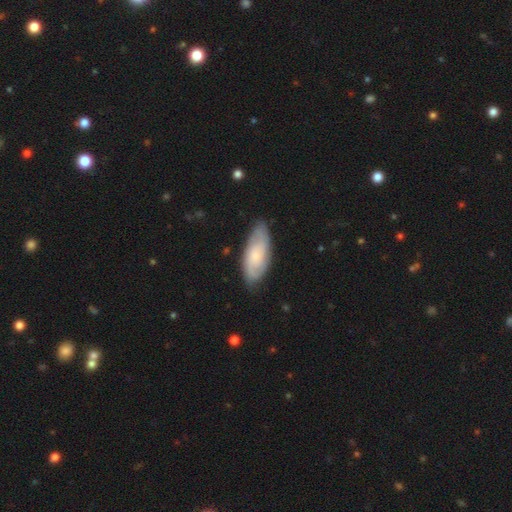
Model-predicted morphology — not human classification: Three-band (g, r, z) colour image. It shows a featured or disk galaxy (50%). Merging: none (76%).